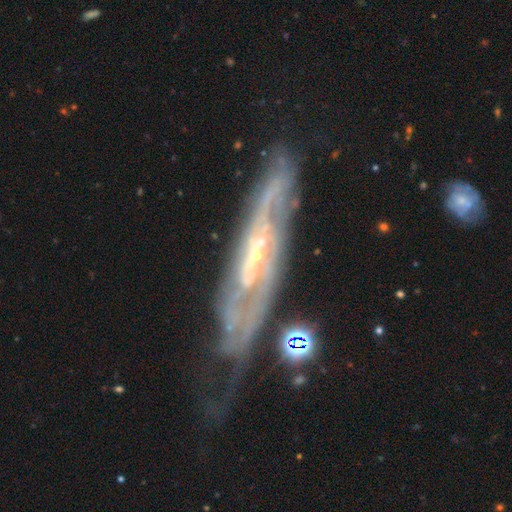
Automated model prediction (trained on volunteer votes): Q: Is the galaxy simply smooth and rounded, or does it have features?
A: featured or disk — 85%.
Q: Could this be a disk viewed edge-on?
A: no — 71%.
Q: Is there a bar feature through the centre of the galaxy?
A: weak — 39%.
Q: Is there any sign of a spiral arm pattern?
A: yes — 93%.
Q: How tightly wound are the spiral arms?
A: tight — 57%.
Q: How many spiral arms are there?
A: can't tell — 41%.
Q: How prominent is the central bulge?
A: small — 74%.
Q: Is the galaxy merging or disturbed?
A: none — 59%.